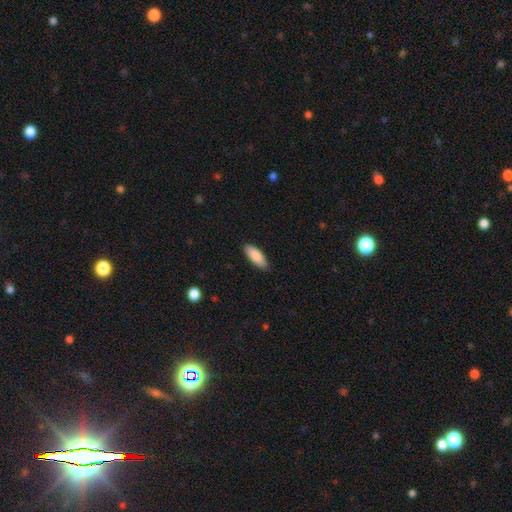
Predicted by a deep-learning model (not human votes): A smooth galaxy with no disk features (87%) that is in between round and cigar-shaped (70%).

Vote fractions:
- Smooth or featured? smooth: 87% / featured or disk: 8% / star or artifact: 6%
- How rounded? in between: 70% / cigar-shaped: 28% / round: 2%
- Merging? none: 86% / minor disturbance: 11% / major disturbance: 2% / merger: 1%